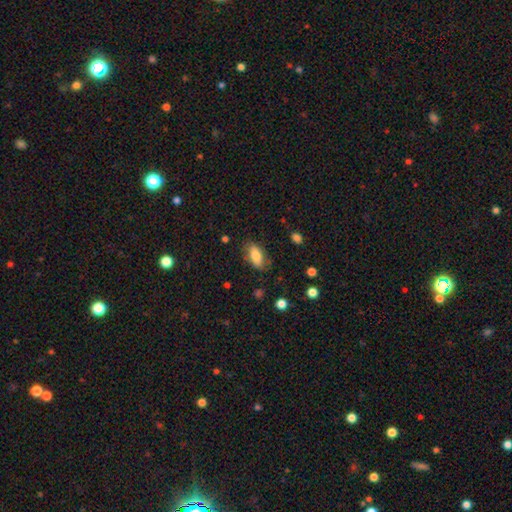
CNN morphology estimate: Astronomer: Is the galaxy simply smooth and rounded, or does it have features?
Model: smooth — 76%.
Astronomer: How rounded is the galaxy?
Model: in between — 86%.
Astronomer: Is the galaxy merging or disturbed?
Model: none — 78%.